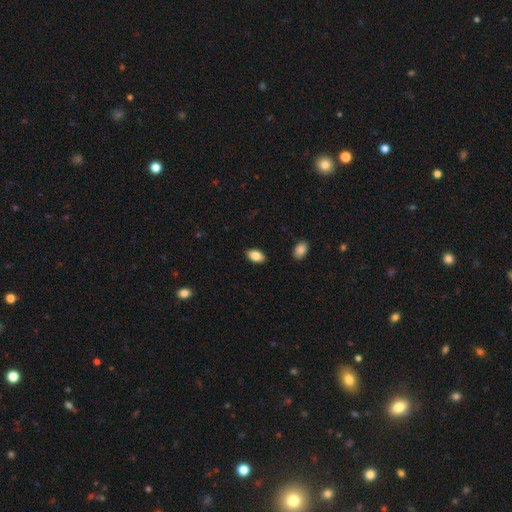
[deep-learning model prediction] The model was most divided on "smooth or featured": smooth: 86%, star or artifact: 7%, featured or disk: 7%. More confident: how rounded — in between (93%); merging — none (88%).